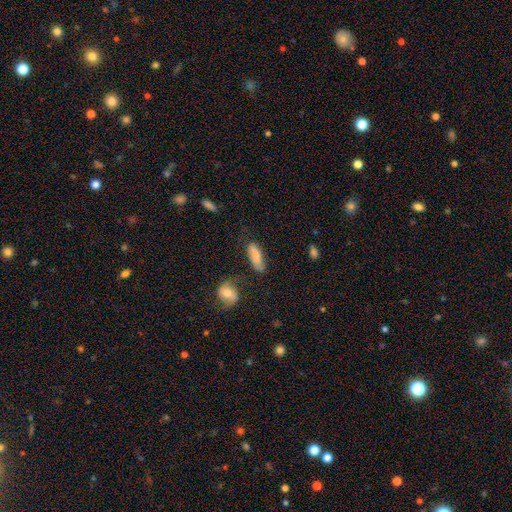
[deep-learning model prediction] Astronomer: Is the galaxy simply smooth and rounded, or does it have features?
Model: smooth — 73%.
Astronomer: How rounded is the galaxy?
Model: in between — 59% (runner-up: cigar-shaped, 39%).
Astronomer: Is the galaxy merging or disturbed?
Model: none — 61%.